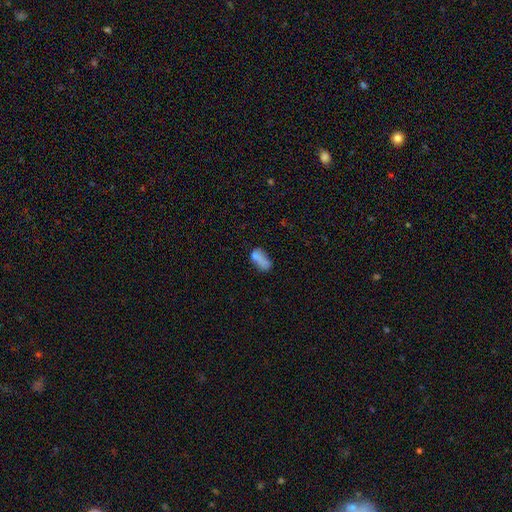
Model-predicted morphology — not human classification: Q: Smooth or featured?
A: smooth (74%); runner-up: featured or disk (15%)
Q: How rounded?
A: in between (84%); runner-up: cigar-shaped (10%)
Q: Merging?
A: none (38%); runner-up: merger (26%)